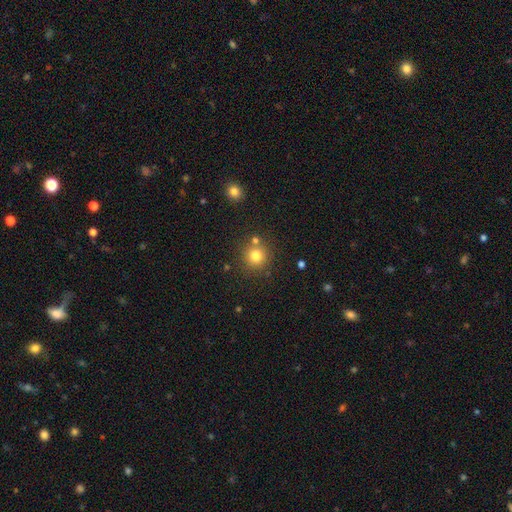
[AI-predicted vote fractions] Overall: smooth (79%). How rounded: round (93%). Merging: none (77%).